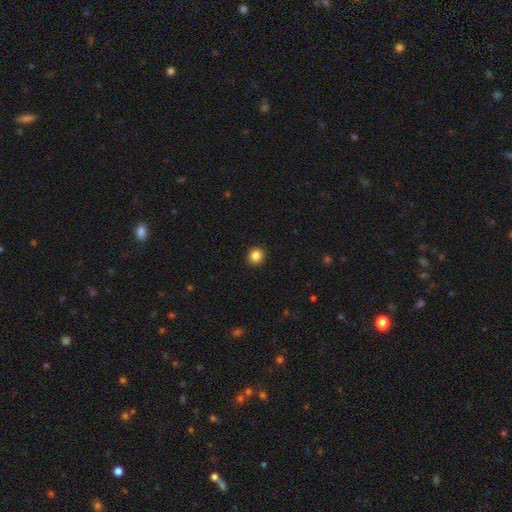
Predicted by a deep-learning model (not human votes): Smooth or featured? smooth (85%)
How rounded? round (90%)
Merging? none (93%)